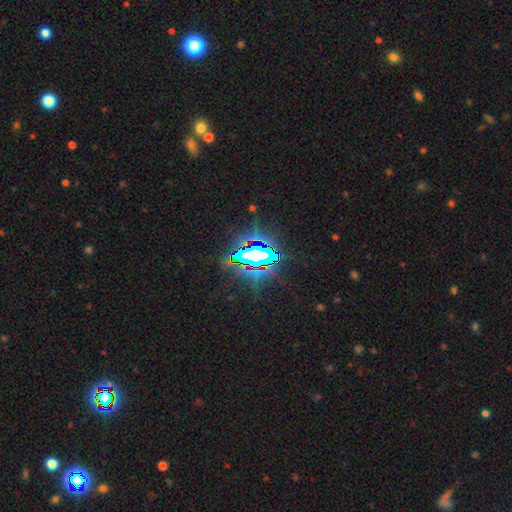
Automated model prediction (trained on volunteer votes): smooth-or-featured: star or artifact: 78% | featured or disk: 12% | smooth: 10%